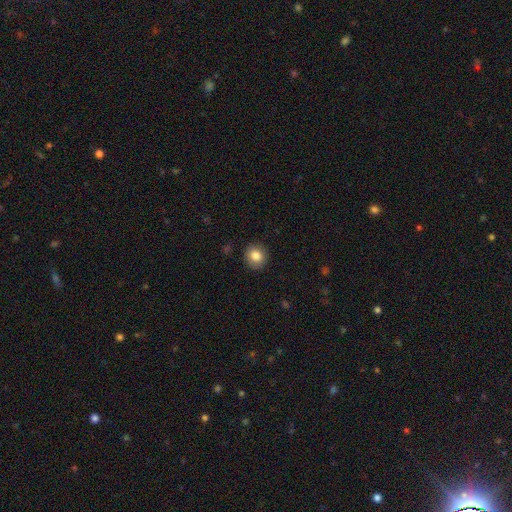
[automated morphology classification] type=smooth (84%); roundness=round (87%); merging=none (90%).